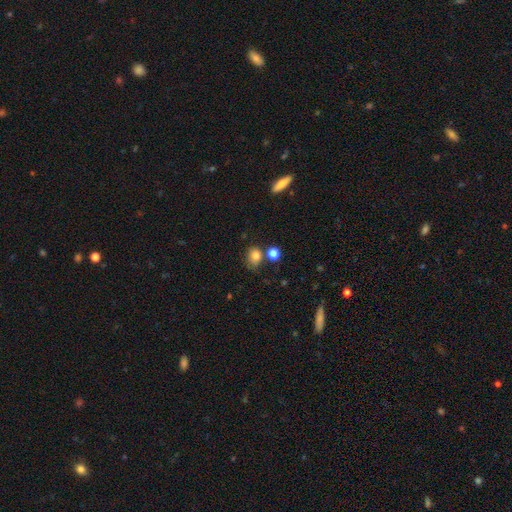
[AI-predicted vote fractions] Smooth or featured? Predicted: smooth (p=0.79). How rounded? Predicted: round (p=0.56). Merging? Predicted: none (p=0.62).